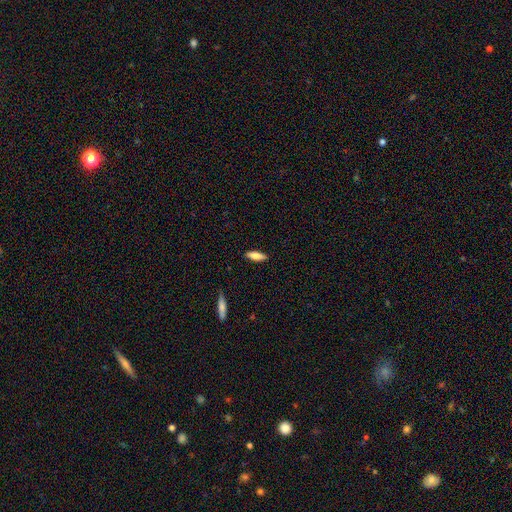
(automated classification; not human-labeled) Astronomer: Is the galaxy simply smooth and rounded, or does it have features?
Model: smooth — 81%.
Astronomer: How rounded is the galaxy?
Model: in between — 53% (runner-up: cigar-shaped, 46%).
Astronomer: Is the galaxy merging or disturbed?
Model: none — 87%.